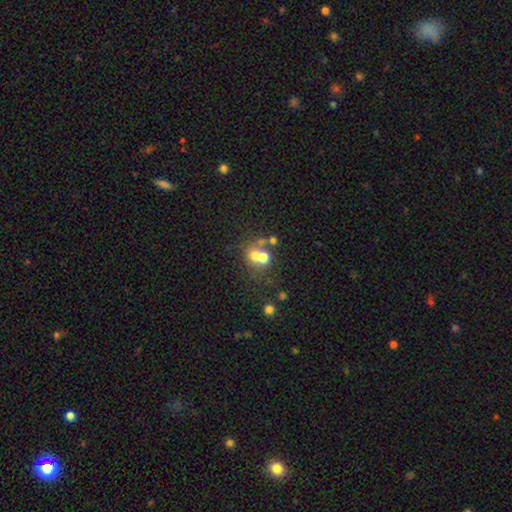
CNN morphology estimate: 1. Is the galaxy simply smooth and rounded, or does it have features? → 60% smooth, 24% featured or disk, 15% star or artifact.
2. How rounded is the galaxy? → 68% round, 31% in between, 1% cigar-shaped.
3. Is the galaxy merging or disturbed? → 55% merger, 31% none, 8% minor disturbance, 7% major disturbance.